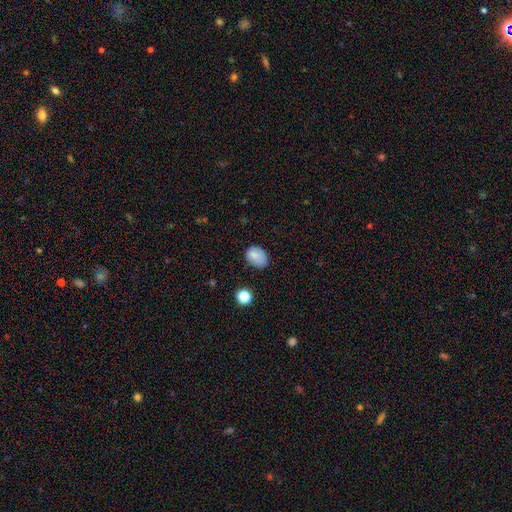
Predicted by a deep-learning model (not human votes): Smooth or featured? Predicted: smooth (p=0.83). How rounded? Predicted: in between (p=0.70). Merging? Predicted: none (p=0.65).